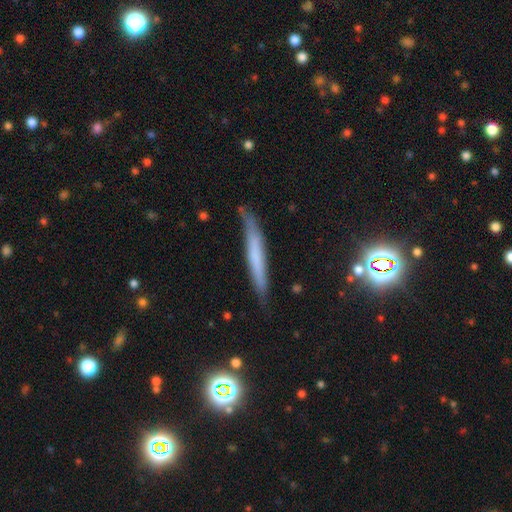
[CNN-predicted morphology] Q: Smooth or featured?
A: smooth (52%); runner-up: featured or disk (39%)
Q: How rounded?
A: cigar-shaped (95%); runner-up: in between (3%)
Q: Merging?
A: none (76%); runner-up: minor disturbance (18%)